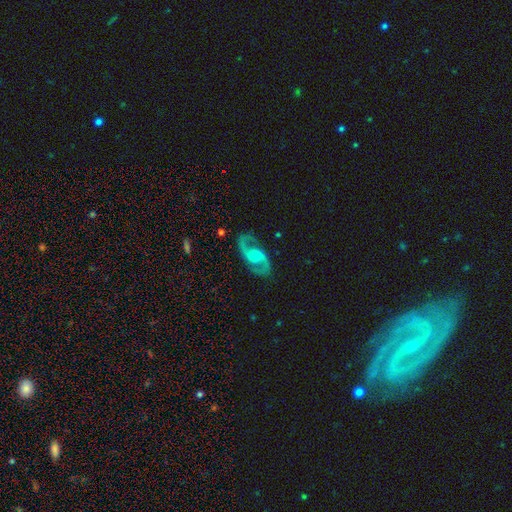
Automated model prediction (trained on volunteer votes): featured or disk 91%, smooth 5%, star or artifact 4%. Down the decision tree: edge-on disk — no (97%); bar — weak (48%); spiral arms — yes (98%); spiral arm count — 2 (94%); spiral winding — medium (55%); bulge size — moderate (34%); merging — none (83%).